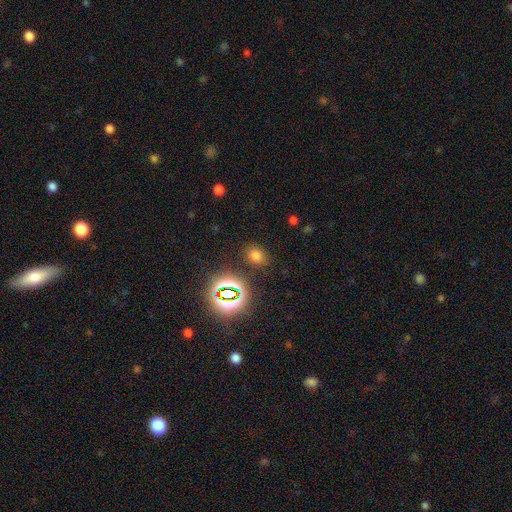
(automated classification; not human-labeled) Smooth or featured? Predicted: smooth (p=0.65). How rounded? Predicted: in between (p=0.55). Merging? Predicted: none (p=0.81).